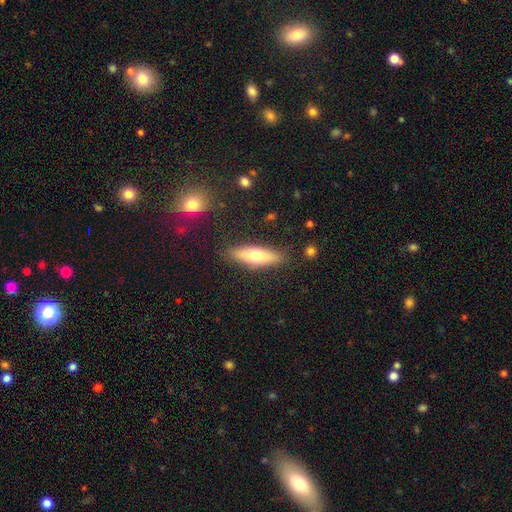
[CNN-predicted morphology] Smooth or featured?
  - smooth: 62% *
  - featured or disk: 32%
  - star or artifact: 6%
How rounded?
  - cigar-shaped: 53% *
  - in between: 45%
  - round: 2%
Merging?
  - none: 85% *
  - minor disturbance: 10%
  - major disturbance: 2%
  - merger: 2%